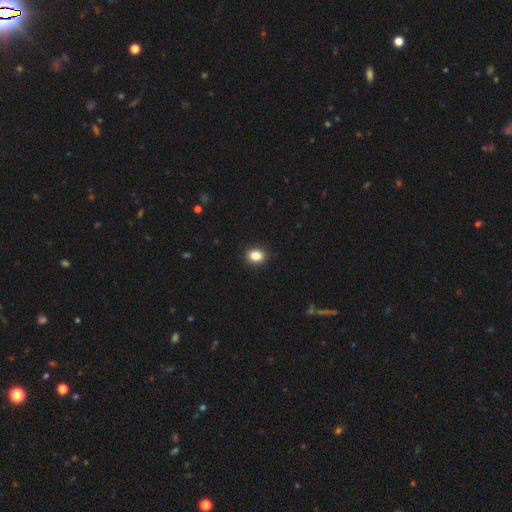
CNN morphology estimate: This appears to be a smooth galaxy with no disk features (86%) that is in between round and cigar-shaped (59%). Merging: none (91%).